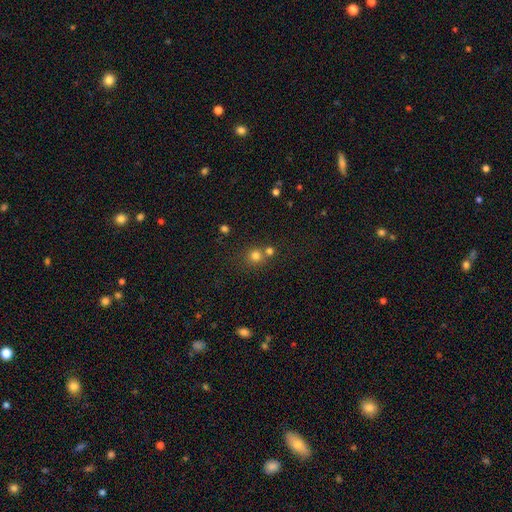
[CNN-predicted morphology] The model was most divided on "merging": none: 58%, merger: 32%, minor disturbance: 7%, major disturbance: 3%. More confident: how rounded — round (89%); smooth or featured — smooth (77%).